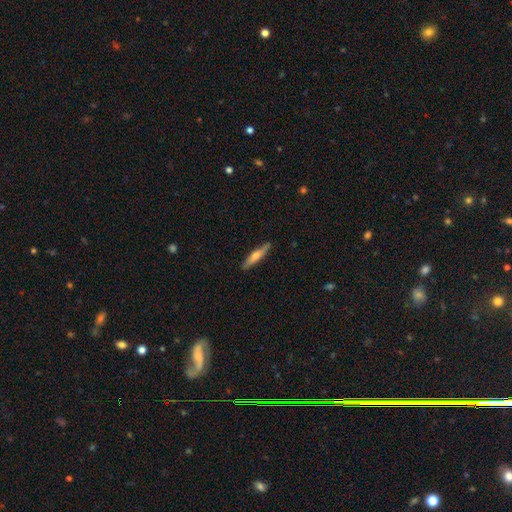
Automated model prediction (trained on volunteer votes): smooth-or-featured: smooth: 53% | featured or disk: 41% | star or artifact: 6%
  how-rounded: cigar-shaped: 88% | in between: 10% | round: 2%
  merging: none: 88% | minor disturbance: 9% | major disturbance: 2% | merger: 1%